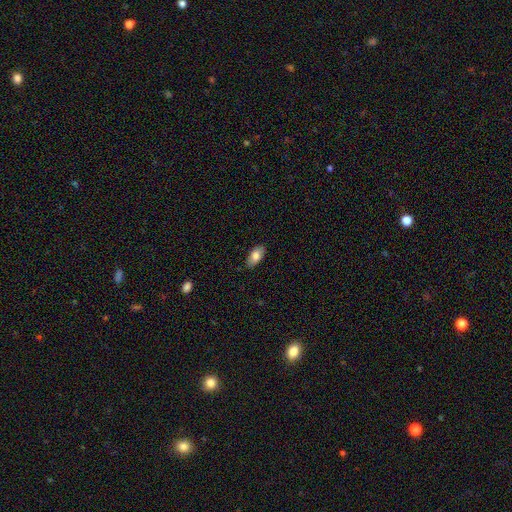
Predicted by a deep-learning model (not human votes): Smooth or featured? Predicted: smooth (p=0.80). How rounded? Predicted: in between (p=0.92). Merging? Predicted: none (p=0.87).